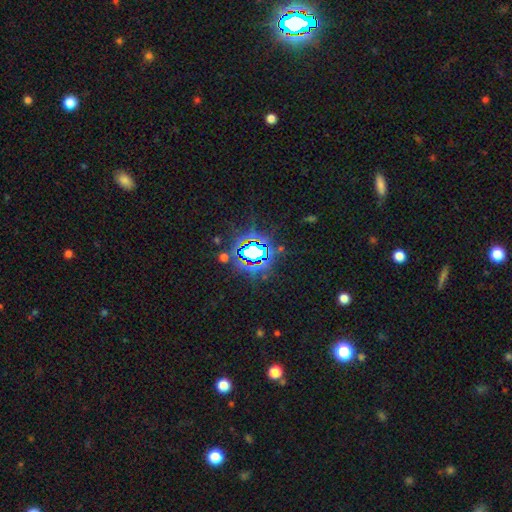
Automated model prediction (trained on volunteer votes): Smooth or featured: star or artifact — 74% (smooth — 14%)